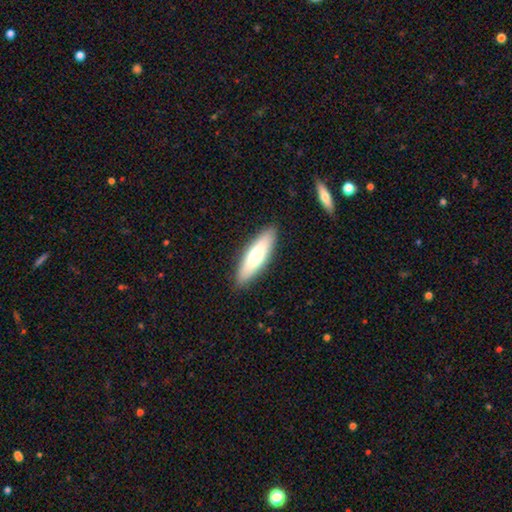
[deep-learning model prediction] A smooth galaxy with no disk features (64%) that is cigar-shaped (57%).

Vote fractions:
- Smooth or featured? smooth: 64% / featured or disk: 30% / star or artifact: 6%
- How rounded? cigar-shaped: 57% / in between: 41% / round: 2%
- Merging? none: 89% / minor disturbance: 8% / major disturbance: 2% / merger: 1%